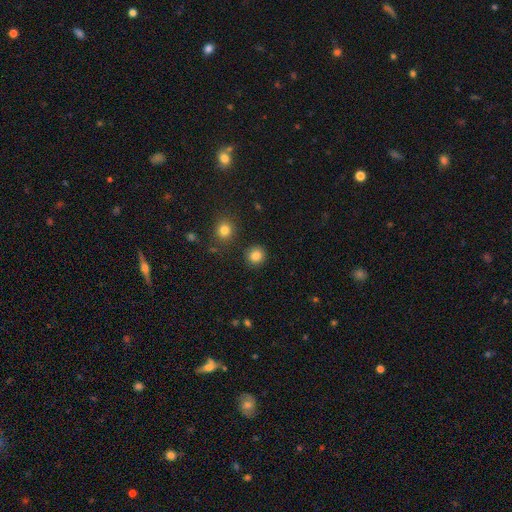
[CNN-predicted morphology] Smooth or featured: smooth — 85% (star or artifact — 11%)
How rounded: round — 92% (in between — 7%)
Merging: none — 90% (minor disturbance — 6%)